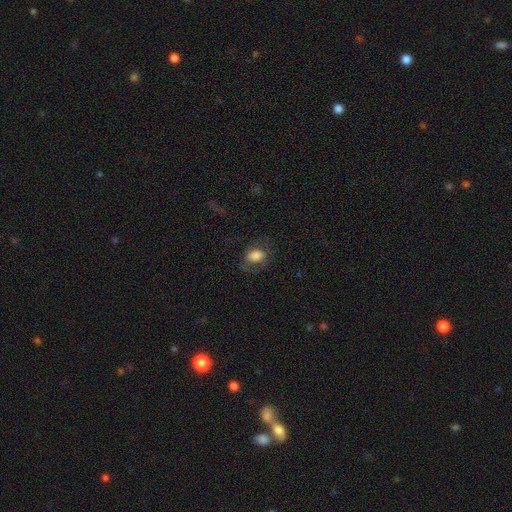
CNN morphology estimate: smooth-or-featured: smooth: 73% | featured or disk: 18% | star or artifact: 9%
  how-rounded: in between: 72% | round: 27% | cigar-shaped: 1%
  merging: none: 63% | minor disturbance: 19% | major disturbance: 16% | merger: 2%